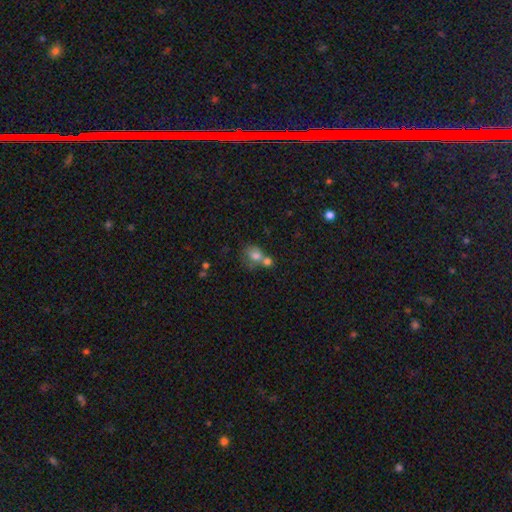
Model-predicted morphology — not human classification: Smooth or featured?
  - smooth: 74% *
  - featured or disk: 15%
  - star or artifact: 11%
How rounded?
  - round: 56% *
  - in between: 43%
  - cigar-shaped: 1%
Merging?
  - merger: 56% *
  - none: 27%
  - minor disturbance: 11%
  - major disturbance: 7%